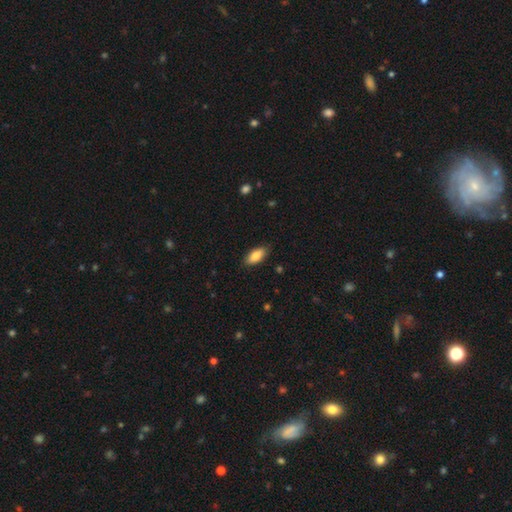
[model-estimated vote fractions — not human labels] smooth 82%, featured or disk 11%, star or artifact 7%. Down the decision tree: how rounded — in between (87%); merging — none (85%).